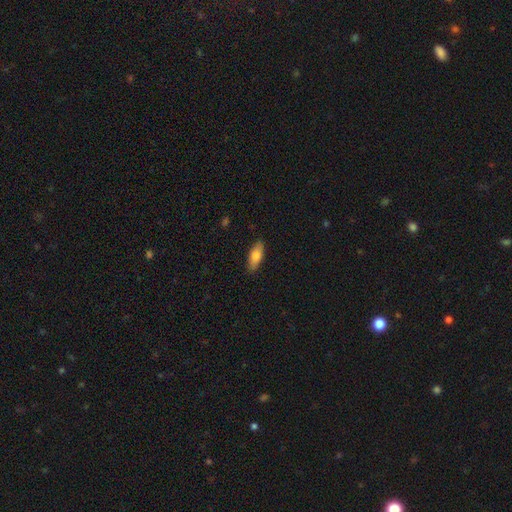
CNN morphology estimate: The model was most divided on "how rounded": in between: 74%, cigar-shaped: 24%, round: 2%. More confident: merging — none (87%); smooth or featured — smooth (79%).